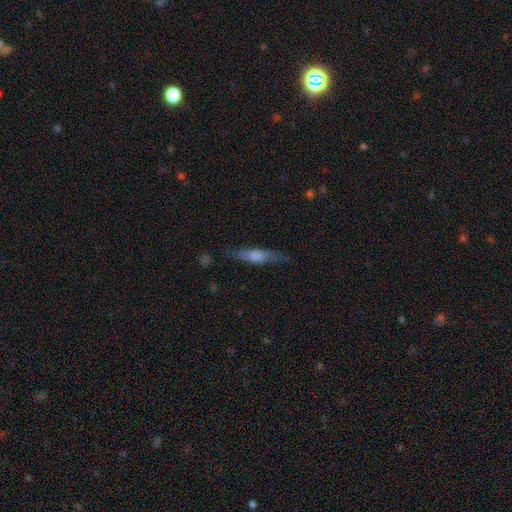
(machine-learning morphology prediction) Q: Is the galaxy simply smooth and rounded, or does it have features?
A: featured or disk — 47%.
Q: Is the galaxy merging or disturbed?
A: none — 77%.